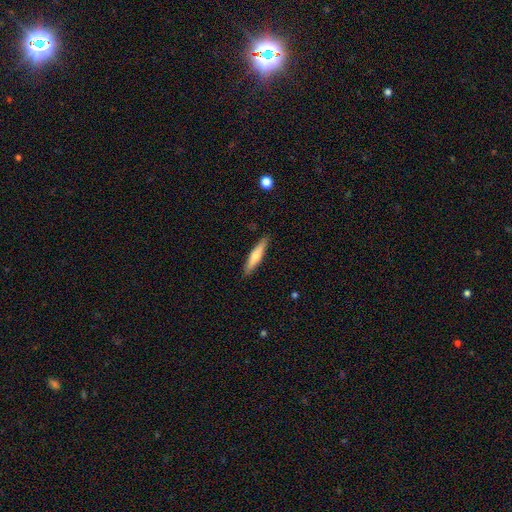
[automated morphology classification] Smooth or featured?
  - smooth: 61% *
  - featured or disk: 34%
  - star or artifact: 5%
How rounded?
  - cigar-shaped: 86% *
  - in between: 13%
  - round: 1%
Merging?
  - none: 89% *
  - minor disturbance: 8%
  - major disturbance: 2%
  - merger: 1%